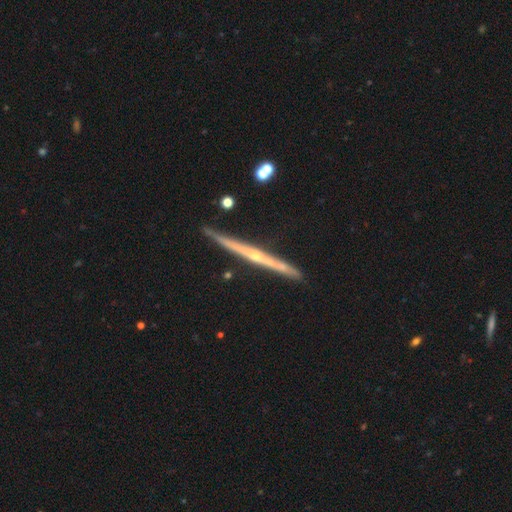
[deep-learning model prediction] This is clearly a featured or disk galaxy (83%). It is clearly viewed edge-on (98%). Edge-on bulge: likely rounded (71%). Merging: clearly none (88%).